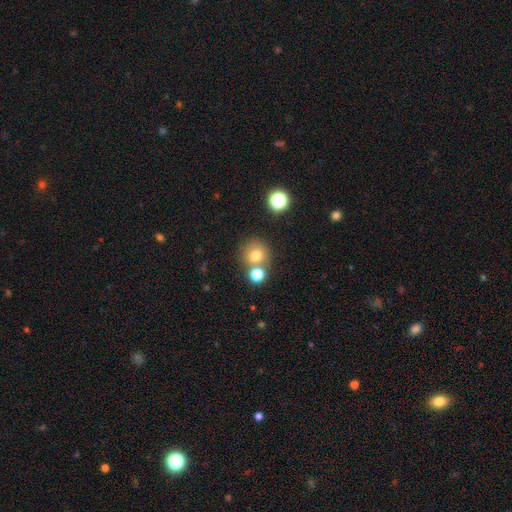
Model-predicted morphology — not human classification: This appears to be a smooth galaxy with no disk features (74%) that is round (88%). Merging: none (63%).